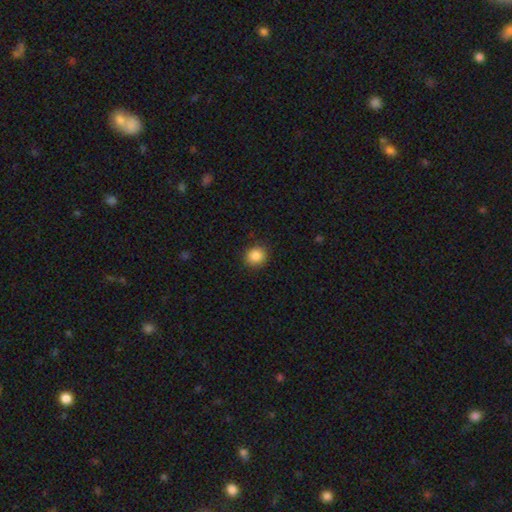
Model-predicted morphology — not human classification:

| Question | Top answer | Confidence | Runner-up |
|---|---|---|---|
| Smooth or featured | smooth | 86% | star or artifact (10%) |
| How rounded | round | 85% | in between (14%) |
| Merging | none | 89% | minor disturbance (8%) |